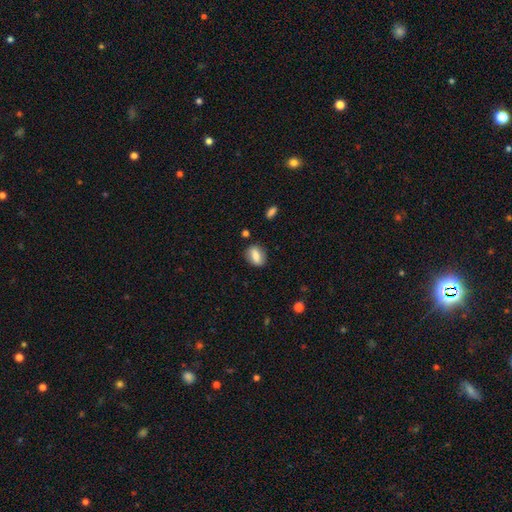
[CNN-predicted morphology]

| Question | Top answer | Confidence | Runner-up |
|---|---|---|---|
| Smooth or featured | smooth | 70% | featured or disk (22%) |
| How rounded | in between | 72% | round (24%) |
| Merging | none | 81% | minor disturbance (13%) |